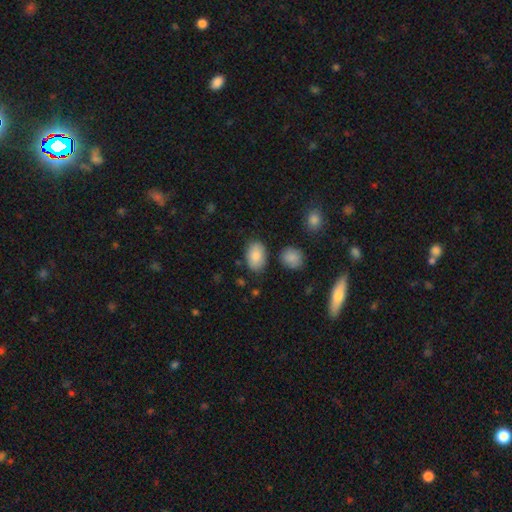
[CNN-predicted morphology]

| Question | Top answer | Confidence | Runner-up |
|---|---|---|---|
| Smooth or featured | smooth | 86% | featured or disk (8%) |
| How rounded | in between | 90% | round (8%) |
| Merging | none | 80% | minor disturbance (13%) |